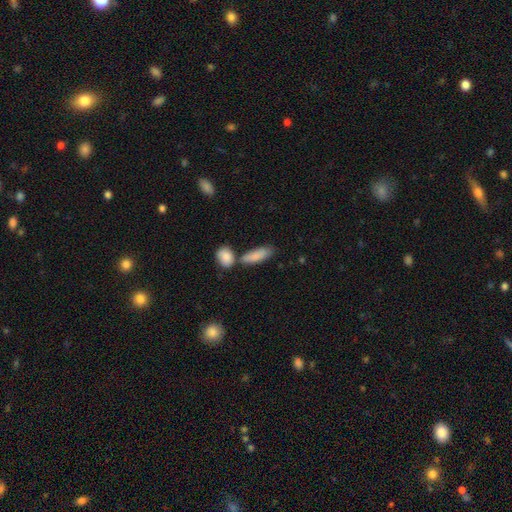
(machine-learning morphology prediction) Smooth or featured? smooth (86%)
How rounded? in between (65%)
Merging? none (58%)